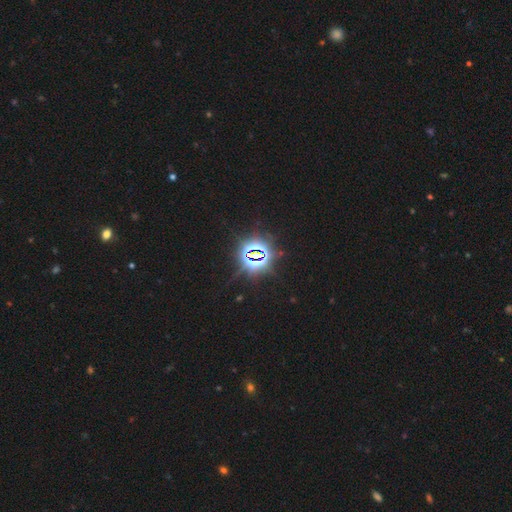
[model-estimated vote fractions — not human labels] Q: Smooth or featured?
A: star or artifact (83%); runner-up: smooth (10%)